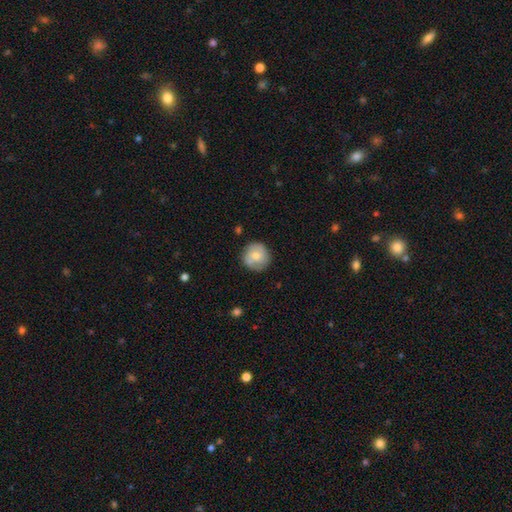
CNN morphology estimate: Overall: smooth (58%; featured or disk 35%). How rounded: round (92%). Merging: none (79%).